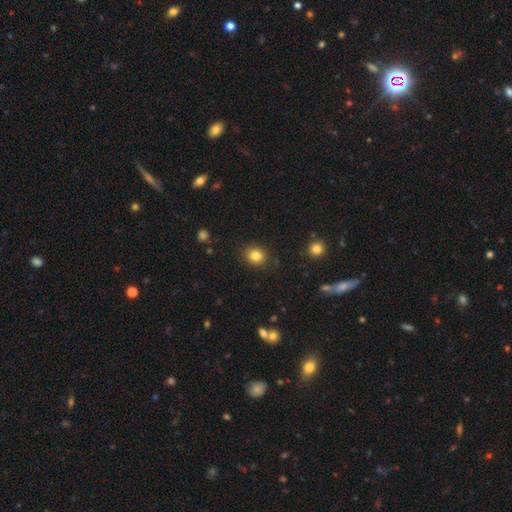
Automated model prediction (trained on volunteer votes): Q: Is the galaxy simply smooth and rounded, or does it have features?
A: smooth — 82%.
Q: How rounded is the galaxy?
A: round — 73%.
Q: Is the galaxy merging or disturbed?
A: none — 87%.